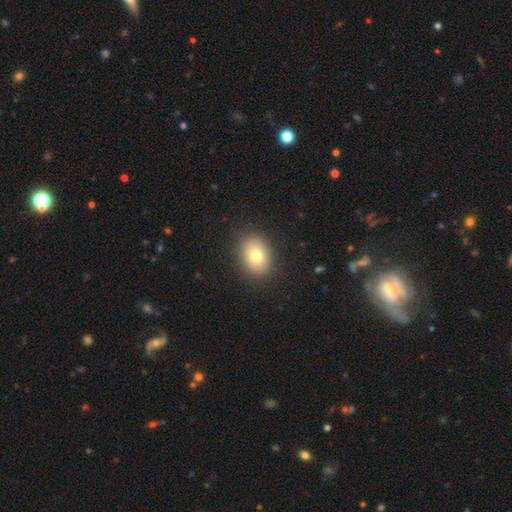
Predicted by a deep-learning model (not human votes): smooth_or_featured: smooth (p=0.78) [alt: featured or disk p=0.12]
how_rounded: in between (p=0.66) [alt: round p=0.33]
merging: none (p=0.88) [alt: minor disturbance p=0.08]